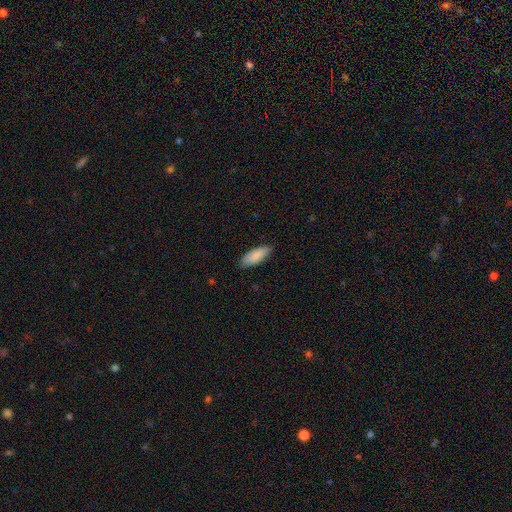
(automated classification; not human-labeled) This appears to be a smooth galaxy with no disk features (88%) that is in between round and cigar-shaped (71%). Merging: none (87%).